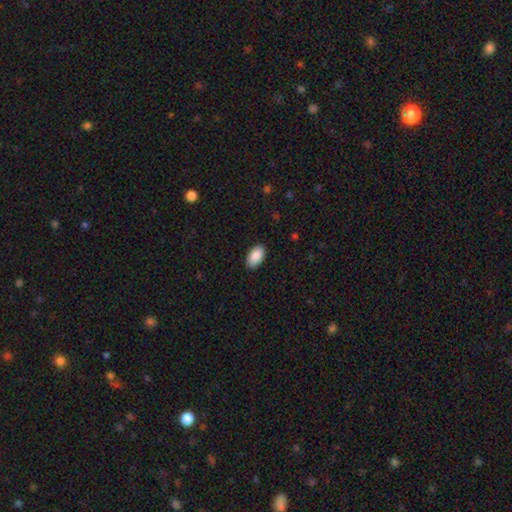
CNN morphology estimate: smooth_or_featured: smooth (p=0.89) [alt: star or artifact p=0.06]
how_rounded: in between (p=0.95) [alt: round p=0.04]
merging: none (p=0.89) [alt: minor disturbance p=0.09]